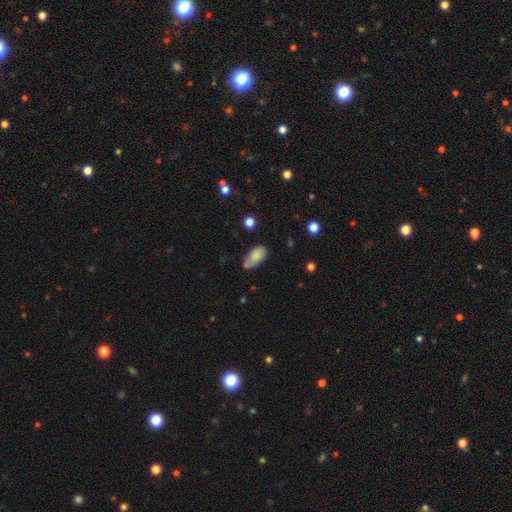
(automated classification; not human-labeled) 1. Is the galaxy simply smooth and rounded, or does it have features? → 82% smooth, 10% featured or disk, 9% star or artifact.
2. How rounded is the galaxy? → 91% in between, 5% round, 4% cigar-shaped.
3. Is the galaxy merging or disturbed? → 46% none, 28% minor disturbance, 17% merger, 8% major disturbance.